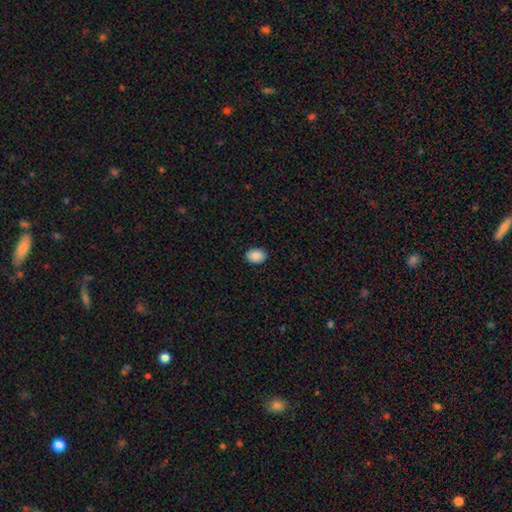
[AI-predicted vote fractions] The model was most divided on "how rounded": in between: 71%, round: 28%, cigar-shaped: 1%. More confident: merging — none (90%); smooth or featured — smooth (89%).